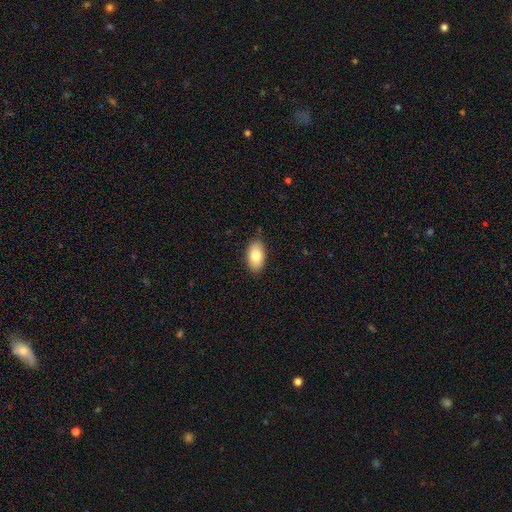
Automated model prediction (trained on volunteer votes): Smooth or featured: smooth — 81% (featured or disk — 12%)
How rounded: in between — 94% (round — 5%)
Merging: none — 85% (minor disturbance — 12%)